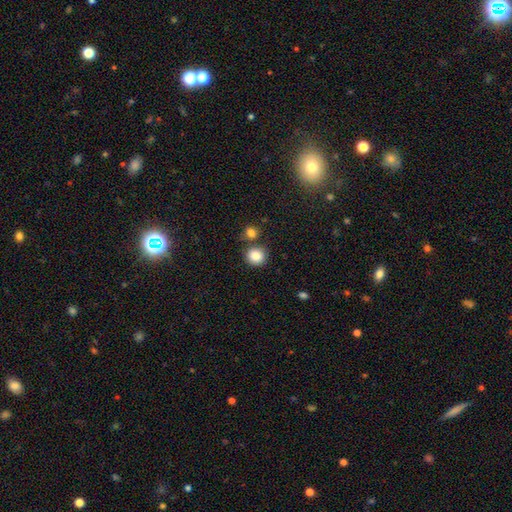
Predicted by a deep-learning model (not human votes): Smooth or featured? smooth (86%)
How rounded? round (89%)
Merging? none (74%)